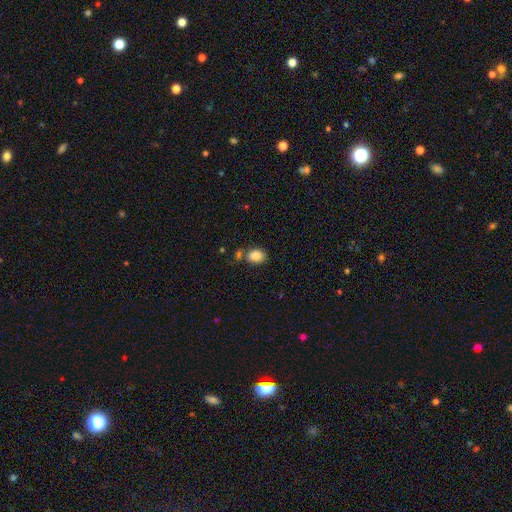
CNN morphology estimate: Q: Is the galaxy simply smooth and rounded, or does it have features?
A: smooth — 84%.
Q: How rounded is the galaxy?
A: in between — 62%.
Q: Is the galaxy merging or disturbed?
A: none — 62%.